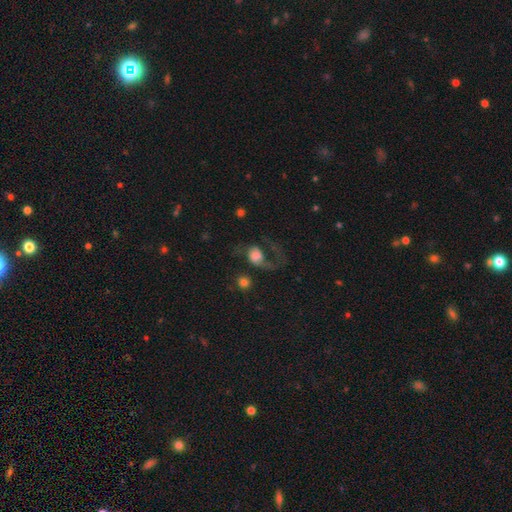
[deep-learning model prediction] smooth 48%, featured or disk 41%, star or artifact 11%. Down the decision tree: merging — major disturbance (56%).